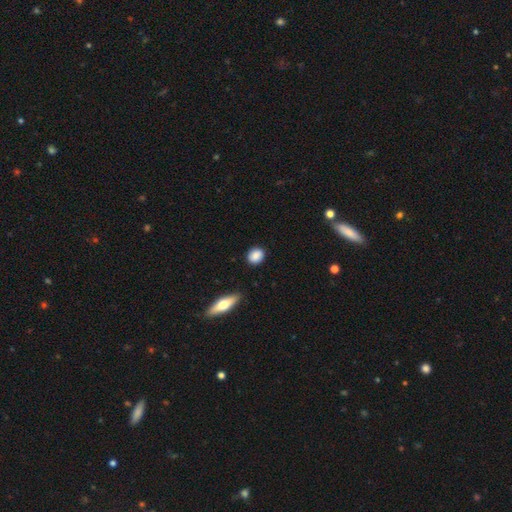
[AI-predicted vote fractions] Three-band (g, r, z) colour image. It shows a smooth galaxy with no disk features (87%) that is round (65%). Merging: none (87%).